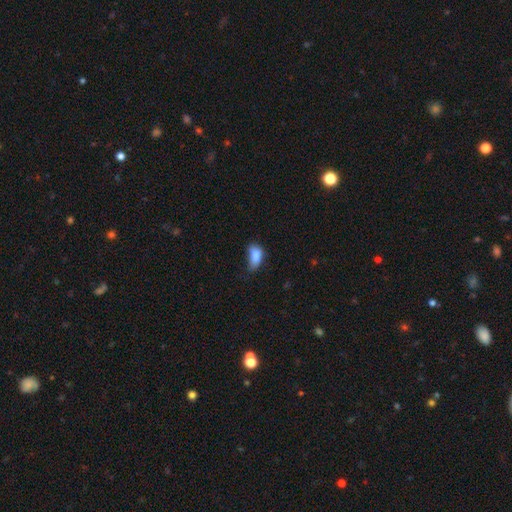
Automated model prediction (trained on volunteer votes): Morphology: type=smooth (81%); roundness=in between (89%); merging=minor disturbance (40%).